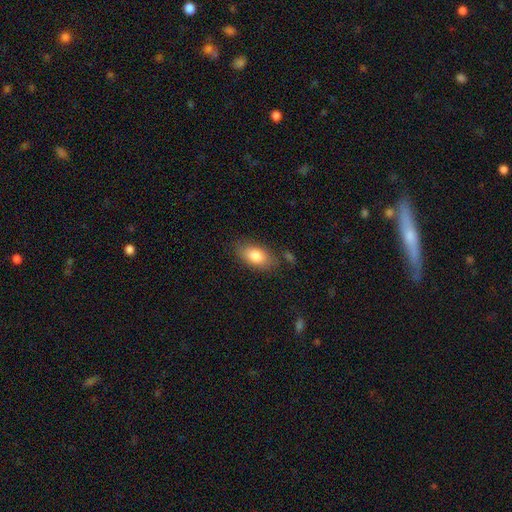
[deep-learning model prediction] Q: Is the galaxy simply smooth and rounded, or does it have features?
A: smooth — 83%.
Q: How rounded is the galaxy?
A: in between — 91%.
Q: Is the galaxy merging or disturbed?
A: none — 76%.